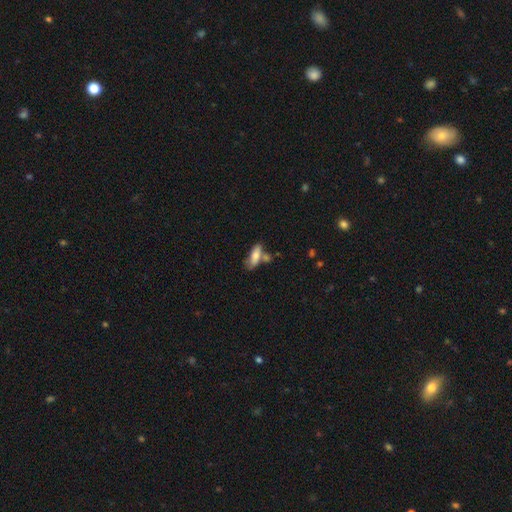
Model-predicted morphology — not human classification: Smooth or featured?
  - smooth: 71% *
  - featured or disk: 22%
  - star or artifact: 7%
How rounded?
  - in between: 73% *
  - cigar-shaped: 24%
  - round: 3%
Merging?
  - none: 47% *
  - merger: 25%
  - minor disturbance: 20%
  - major disturbance: 7%